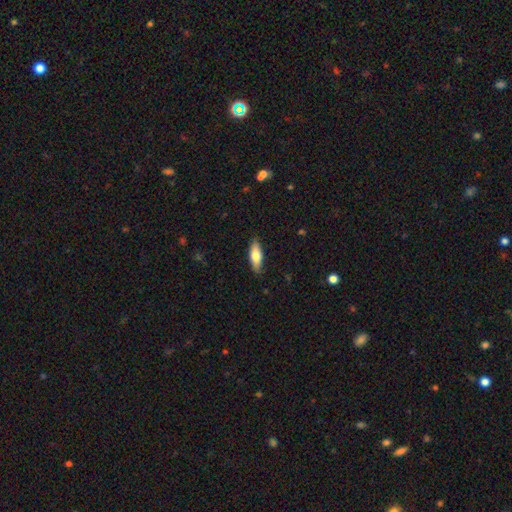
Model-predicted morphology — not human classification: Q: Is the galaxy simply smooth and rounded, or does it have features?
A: smooth — 71%.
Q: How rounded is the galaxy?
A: in between — 61%.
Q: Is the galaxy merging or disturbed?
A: none — 87%.